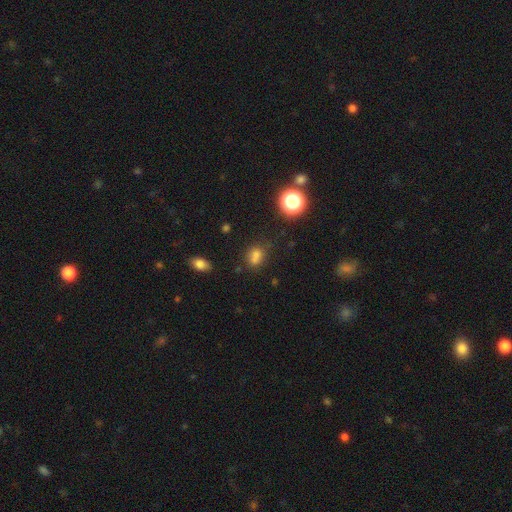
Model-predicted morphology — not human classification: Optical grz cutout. It shows a smooth galaxy with no disk features (69%) that is round (55%). Merging: none (55%).